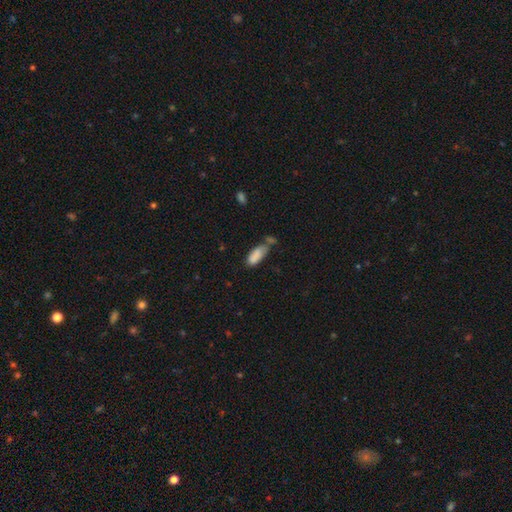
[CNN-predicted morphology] A smooth galaxy with no disk features (82%) that is in between round and cigar-shaped (76%). Merging: none (36%).